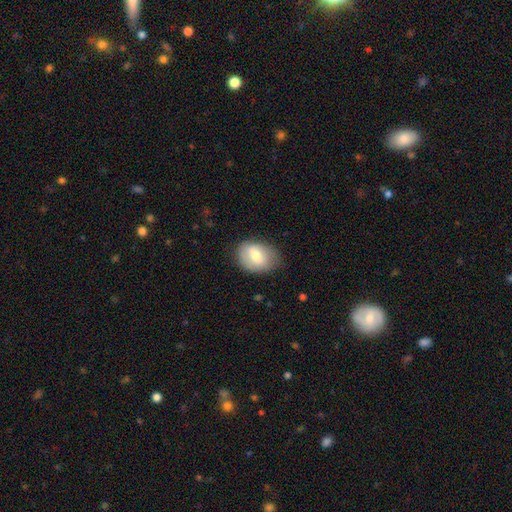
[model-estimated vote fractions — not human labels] smooth_or_featured: smooth (p=0.67) [alt: featured or disk p=0.26]
how_rounded: in between (p=0.71) [alt: round p=0.28]
merging: none (p=0.71) [alt: minor disturbance p=0.22]